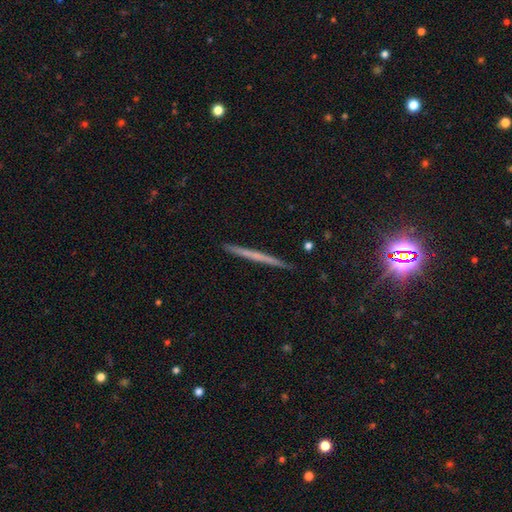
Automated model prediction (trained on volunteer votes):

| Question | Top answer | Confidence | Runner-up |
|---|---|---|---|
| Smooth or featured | featured or disk | 51% | smooth (41%) |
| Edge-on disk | yes | 98% | no (2%) |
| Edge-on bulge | none | 87% | rounded (9%) |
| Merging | none | 92% | minor disturbance (6%) |